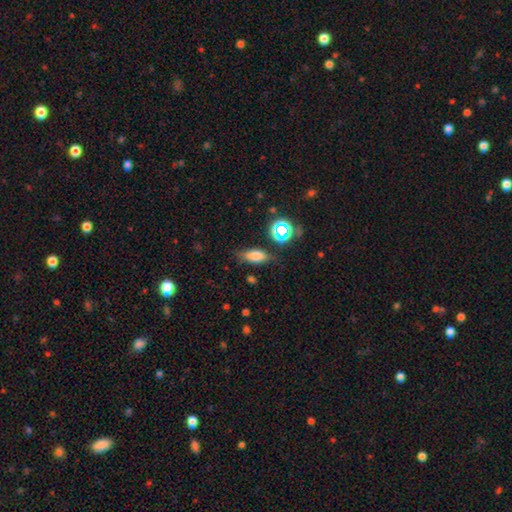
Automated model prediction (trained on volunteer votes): Smooth or featured?
  - smooth: 72% *
  - star or artifact: 14%
  - featured or disk: 14%
How rounded?
  - in between: 74% *
  - cigar-shaped: 18%
  - round: 7%
Merging?
  - none: 71% *
  - minor disturbance: 20%
  - major disturbance: 6%
  - merger: 4%